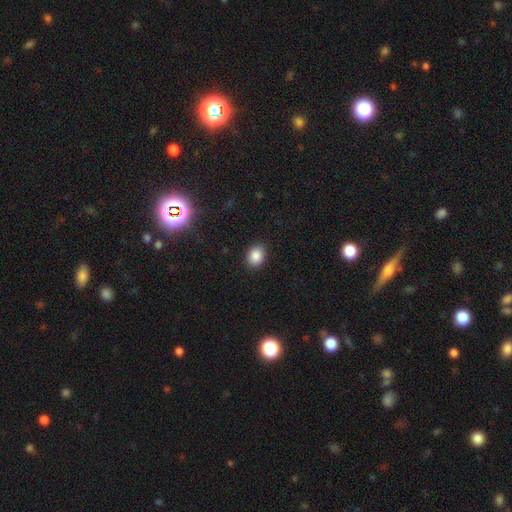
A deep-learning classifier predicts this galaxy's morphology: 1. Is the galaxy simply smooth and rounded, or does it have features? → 87% smooth, 9% star or artifact, 4% featured or disk.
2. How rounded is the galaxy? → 65% in between, 34% round, 1% cigar-shaped.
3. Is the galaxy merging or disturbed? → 89% none, 8% minor disturbance, 2% major disturbance, 1% merger.